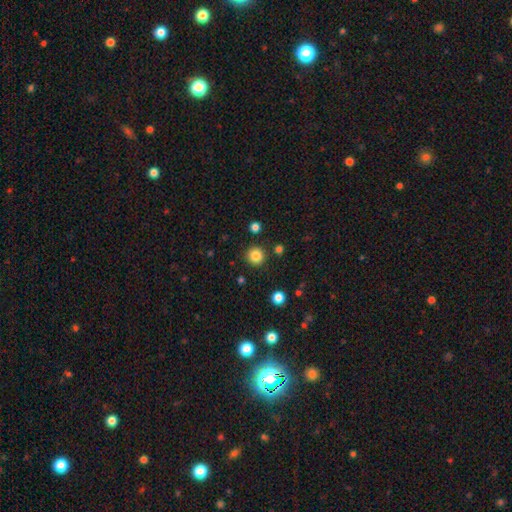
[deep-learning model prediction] This appears to be a smooth galaxy with no disk features (84%) that is round (95%). Merging: none (89%).